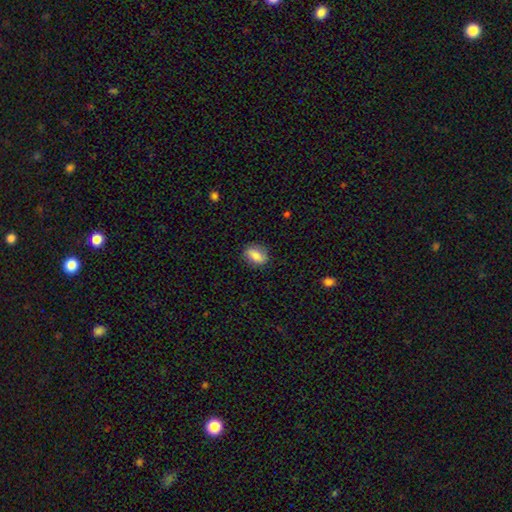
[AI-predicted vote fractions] The model was most divided on "how rounded": in between: 75%, round: 22%, cigar-shaped: 3%. More confident: merging — none (82%); smooth or featured — smooth (75%).